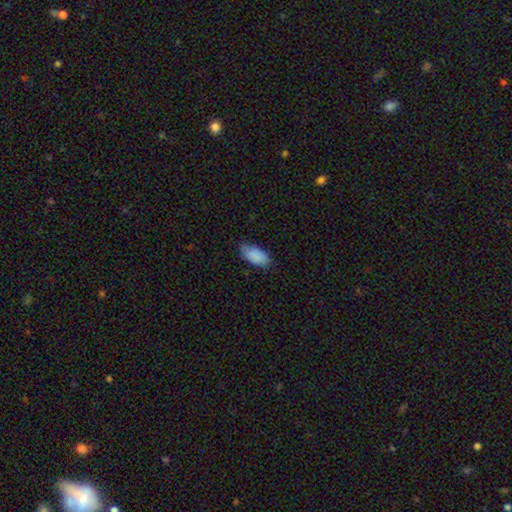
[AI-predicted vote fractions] smooth-or-featured: smooth: 88% | star or artifact: 6% | featured or disk: 5%
  how-rounded: in between: 93% | cigar-shaped: 5% | round: 2%
  merging: none: 76% | minor disturbance: 20% | major disturbance: 3% | merger: 1%